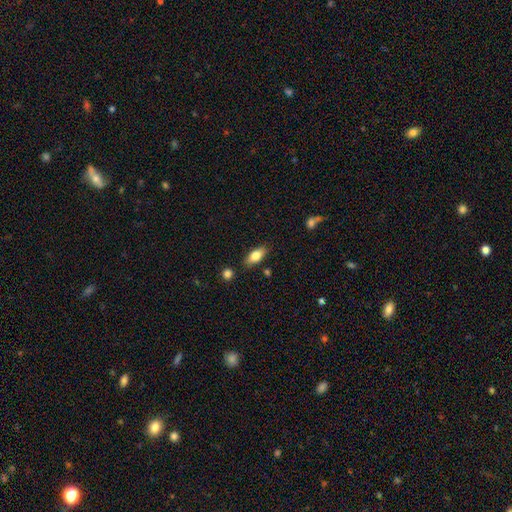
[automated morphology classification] This appears to be a smooth galaxy with no disk features (76%) that is in between round and cigar-shaped (83%). Merging: none (82%).